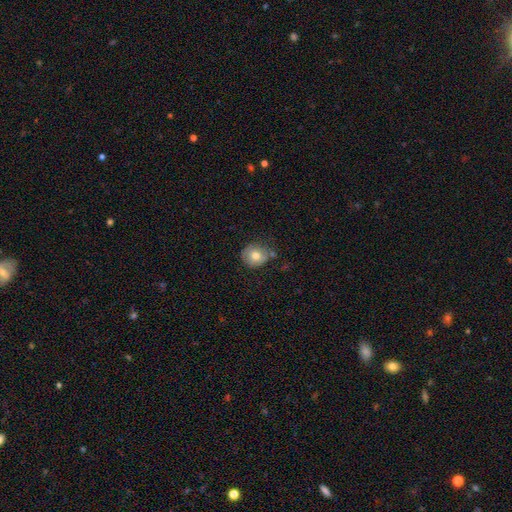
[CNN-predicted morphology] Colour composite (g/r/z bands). It shows a smooth galaxy with no disk features (75%) that is round (78%). Merging: none (67%).